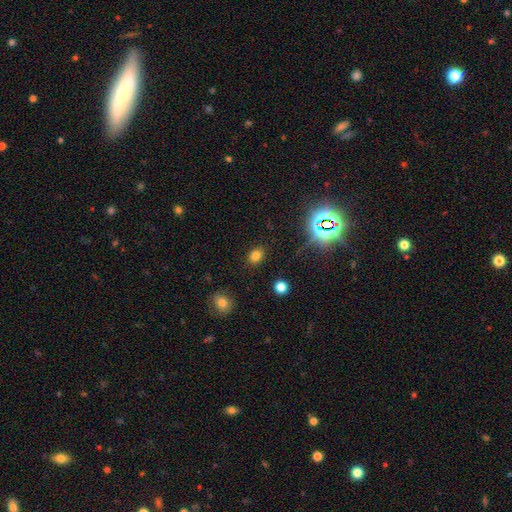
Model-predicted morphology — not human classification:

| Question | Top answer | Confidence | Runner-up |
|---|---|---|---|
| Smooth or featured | smooth | 75% | star or artifact (18%) |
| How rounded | in between | 59% | round (40%) |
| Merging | none | 87% | minor disturbance (9%) |